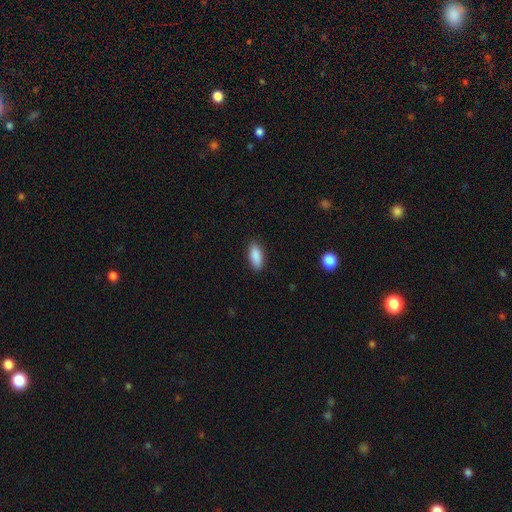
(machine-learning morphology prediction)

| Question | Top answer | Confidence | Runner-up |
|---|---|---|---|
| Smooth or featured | smooth | 89% | star or artifact (7%) |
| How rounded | in between | 83% | cigar-shaped (14%) |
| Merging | none | 87% | minor disturbance (9%) |